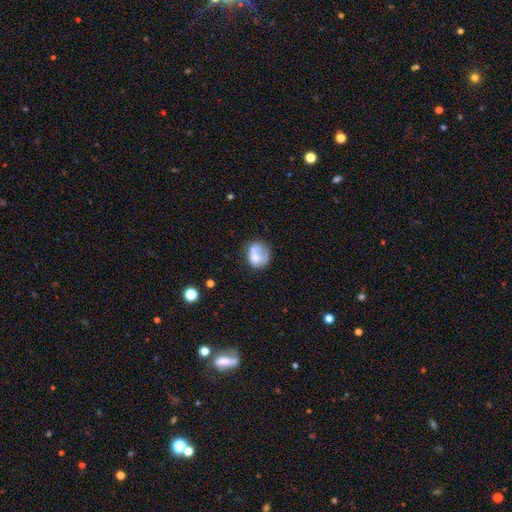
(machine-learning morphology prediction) Smooth or featured: smooth — 63% (featured or disk — 28%)
How rounded: round — 65% (in between — 34%)
Merging: none — 40% (minor disturbance — 24%)